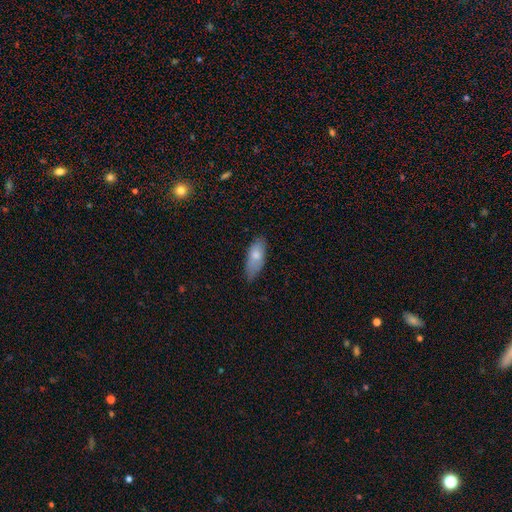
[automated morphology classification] smooth-or-featured: smooth: 74% | featured or disk: 19% | star or artifact: 6%
  how-rounded: in between: 78% | cigar-shaped: 20% | round: 2%
  merging: none: 67% | minor disturbance: 27% | major disturbance: 5% | merger: 1%